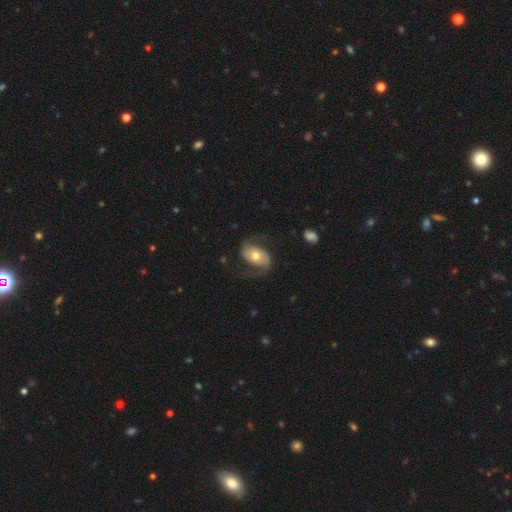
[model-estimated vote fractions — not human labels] smooth-or-featured: featured or disk: 72% | smooth: 22% | star or artifact: 6%
  disk-edge-on: no: 96% | yes: 4%
    bar: no: 54% | weak: 29% | strong: 17%
    has-spiral-arms: yes: 89% | no: 11%
      spiral-winding: loose: 54% | medium: 36% | tight: 11%
      spiral-arm-count: 2: 90% | 1: 4% | can't tell: 3% | 3: 1% | 4: 1% | more than 4: 1%
    bulge-size: moderate: 71% | small: 15% | large: 12% | dominant: 2% | none: 1%
  merging: none: 65% | major disturbance: 17% | minor disturbance: 16% | merger: 2%